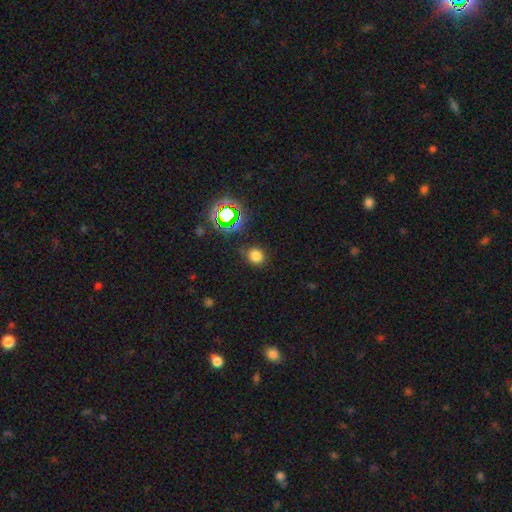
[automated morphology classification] smooth-or-featured: smooth: 73% | star or artifact: 22% | featured or disk: 6%
  how-rounded: round: 77% | in between: 22% | cigar-shaped: 1%
  merging: none: 81% | minor disturbance: 13% | major disturbance: 4% | merger: 3%